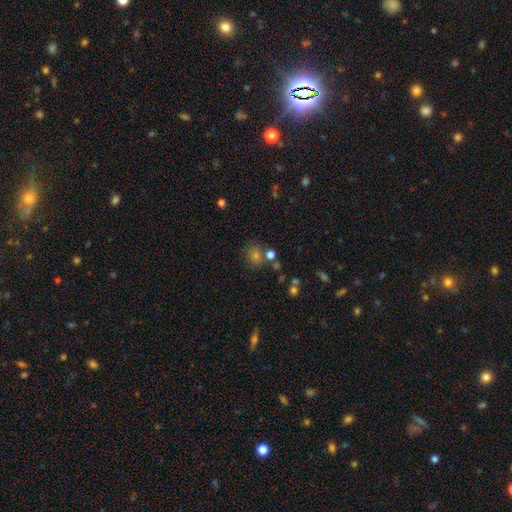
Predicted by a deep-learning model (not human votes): Overall: smooth (58%; star or artifact 30%). How rounded: round (76%). Merging: none (73%).